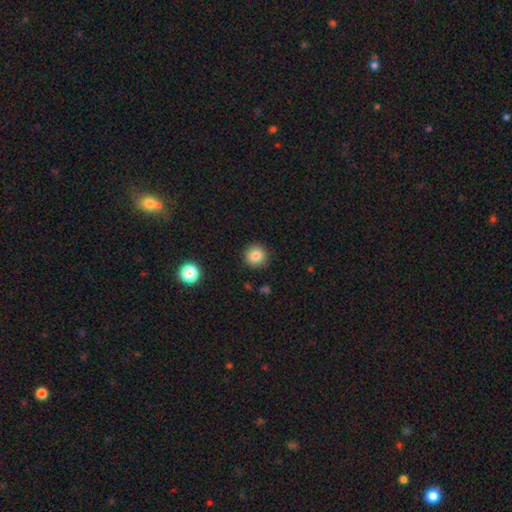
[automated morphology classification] Q: Smooth or featured?
A: smooth (84%); runner-up: star or artifact (10%)
Q: How rounded?
A: round (93%); runner-up: in between (6%)
Q: Merging?
A: none (90%); runner-up: minor disturbance (7%)